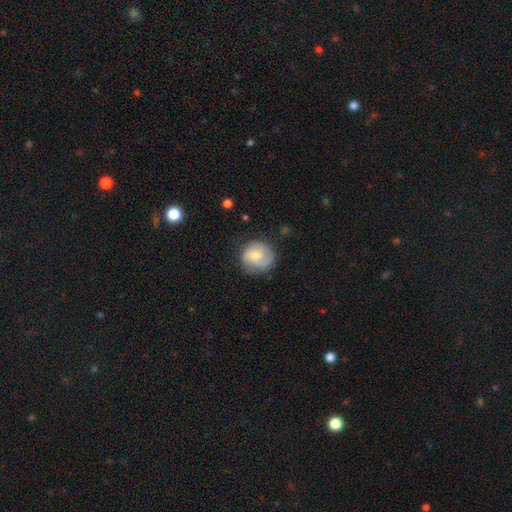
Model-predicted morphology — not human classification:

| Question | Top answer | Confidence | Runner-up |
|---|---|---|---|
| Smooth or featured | smooth | 51% | featured or disk (43%) |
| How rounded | round | 87% | in between (12%) |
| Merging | none | 73% | minor disturbance (19%) |